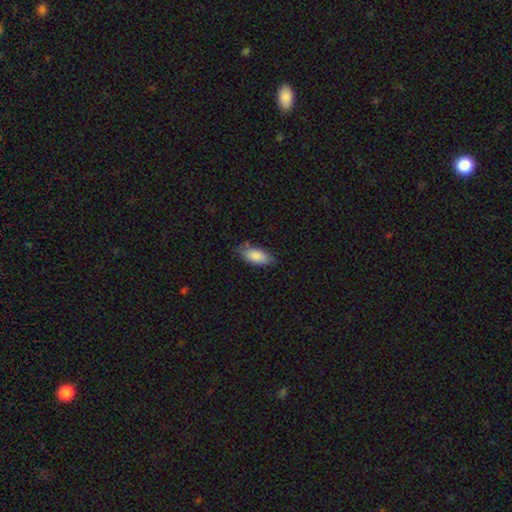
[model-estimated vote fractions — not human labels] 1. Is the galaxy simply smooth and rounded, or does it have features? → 87% smooth, 7% featured or disk, 6% star or artifact.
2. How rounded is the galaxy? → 89% in between, 9% cigar-shaped, 2% round.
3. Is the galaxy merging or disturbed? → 75% none, 19% minor disturbance, 4% major disturbance, 2% merger.